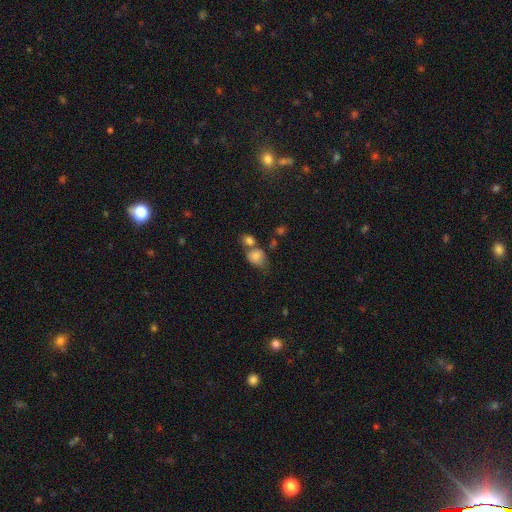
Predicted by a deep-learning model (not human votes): Morphology: type=smooth (77%); roundness=in between (51%); merging=merger (40%).